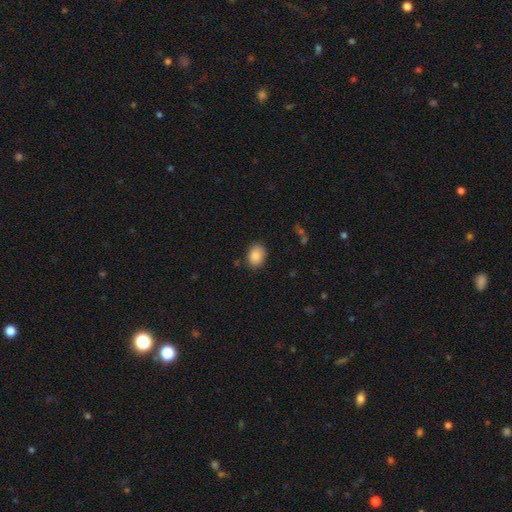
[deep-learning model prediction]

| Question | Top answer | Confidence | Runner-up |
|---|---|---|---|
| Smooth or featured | smooth | 87% | star or artifact (8%) |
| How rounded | in between | 60% | round (39%) |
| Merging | none | 84% | minor disturbance (12%) |